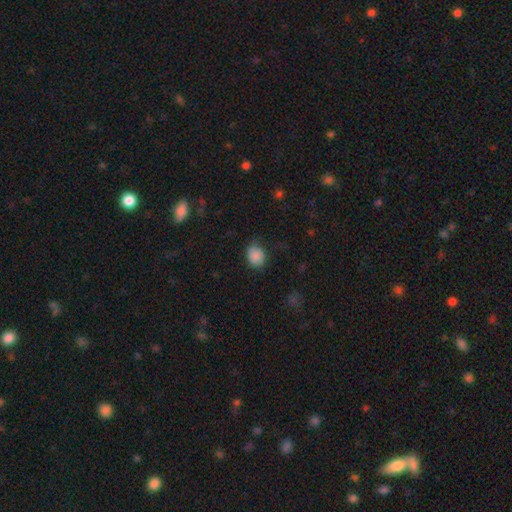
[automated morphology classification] smooth-or-featured: smooth: 85% | star or artifact: 9% | featured or disk: 6%
  how-rounded: round: 62% | in between: 38% | cigar-shaped: 1%
  merging: none: 65% | minor disturbance: 27% | major disturbance: 7% | merger: 1%